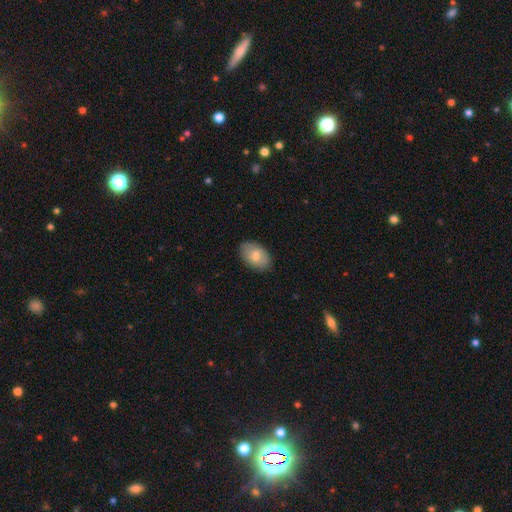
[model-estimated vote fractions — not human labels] Smooth or featured? smooth (76%)
How rounded? in between (91%)
Merging? none (87%)